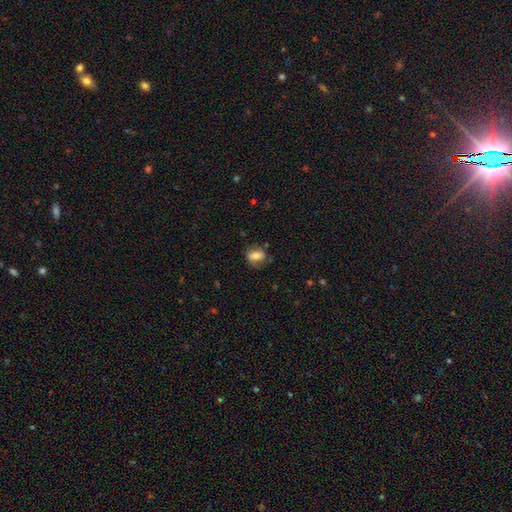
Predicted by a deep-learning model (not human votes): Smooth or featured? smooth (74%)
How rounded? in between (72%)
Merging? none (71%)